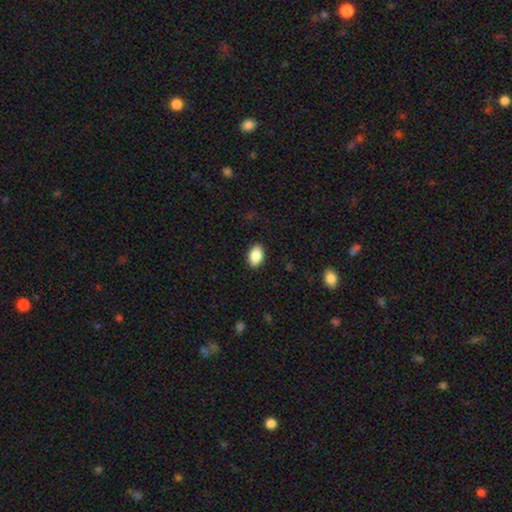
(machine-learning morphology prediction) Smooth or featured?
  - smooth: 87% *
  - star or artifact: 7%
  - featured or disk: 5%
How rounded?
  - in between: 89% *
  - round: 10%
  - cigar-shaped: 2%
Merging?
  - none: 89% *
  - minor disturbance: 8%
  - major disturbance: 2%
  - merger: 1%